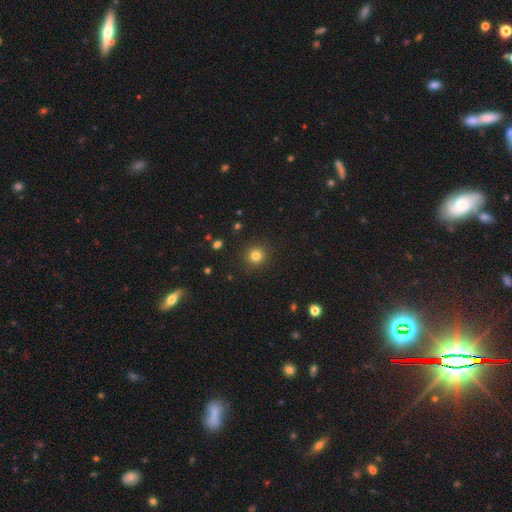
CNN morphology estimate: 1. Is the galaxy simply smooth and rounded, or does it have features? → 80% smooth, 14% star or artifact, 6% featured or disk.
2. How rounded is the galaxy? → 93% round, 6% in between, 1% cigar-shaped.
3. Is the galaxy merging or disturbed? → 91% none, 6% minor disturbance, 2% major disturbance, 1% merger.